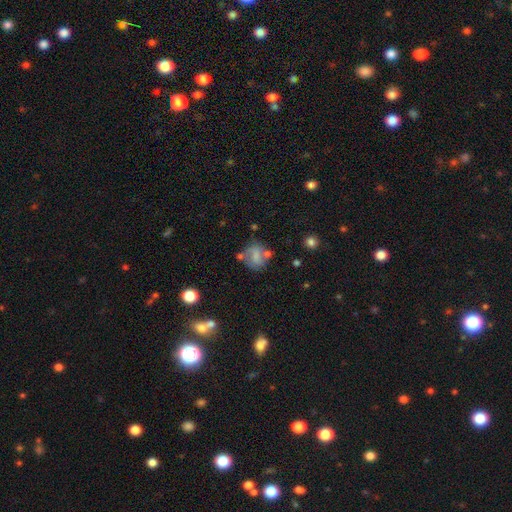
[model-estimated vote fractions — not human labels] Morphology: type=smooth (59%); roundness=round (66%); merging=none (53%).